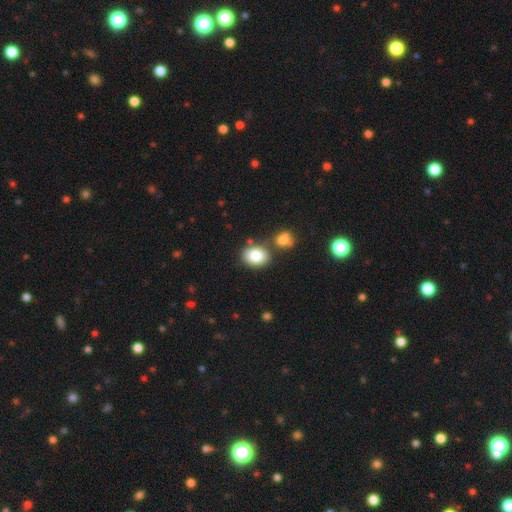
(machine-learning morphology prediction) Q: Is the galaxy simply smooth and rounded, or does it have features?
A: smooth — 83%.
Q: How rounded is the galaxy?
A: in between — 58%.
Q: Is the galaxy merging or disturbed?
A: none — 67%.